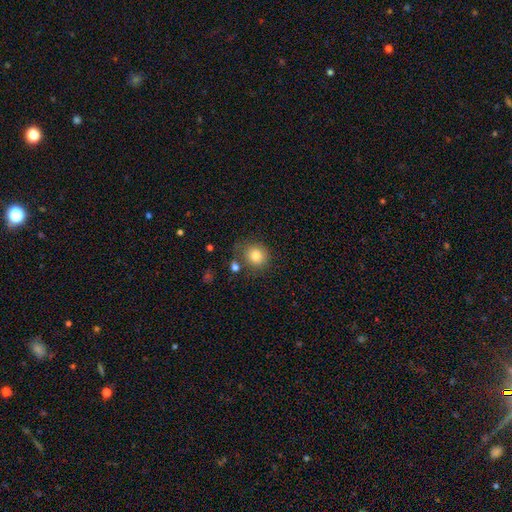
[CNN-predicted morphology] smooth 82%, star or artifact 10%, featured or disk 8%. Down the decision tree: how rounded — round (83%); merging — none (70%).